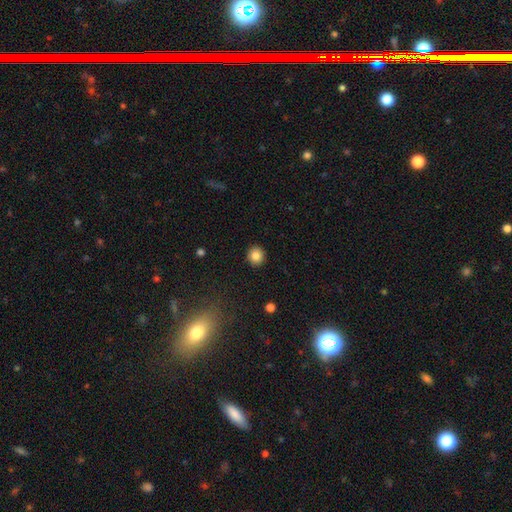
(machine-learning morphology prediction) type=smooth (84%); roundness=round (91%); merging=none (92%).